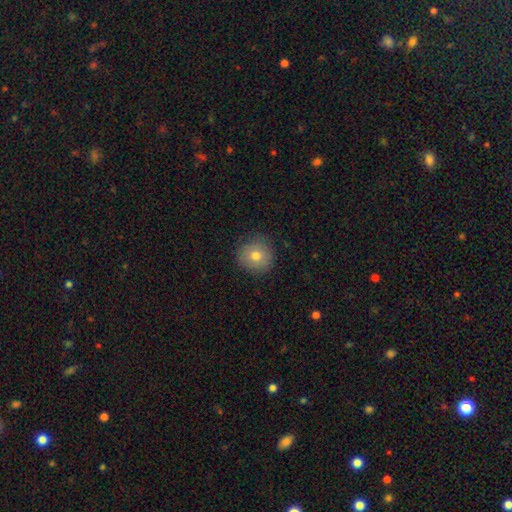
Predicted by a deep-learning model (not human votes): A smooth galaxy with no disk features (75%) that is round (91%).

Vote fractions:
- Smooth or featured? smooth: 75% / featured or disk: 14% / star or artifact: 11%
- How rounded? round: 91% / in between: 8% / cigar-shaped: 1%
- Merging? none: 85% / minor disturbance: 11% / major disturbance: 3% / merger: 1%